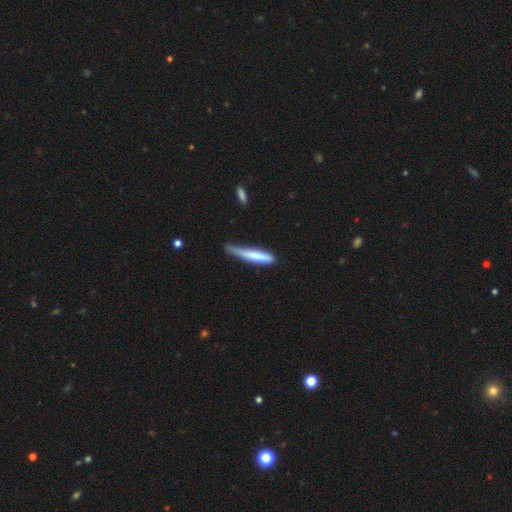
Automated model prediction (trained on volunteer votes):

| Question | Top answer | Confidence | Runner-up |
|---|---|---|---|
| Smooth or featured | smooth | 75% | featured or disk (20%) |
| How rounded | cigar-shaped | 92% | in between (7%) |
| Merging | none | 42% | tied: minor disturbance (42%) |